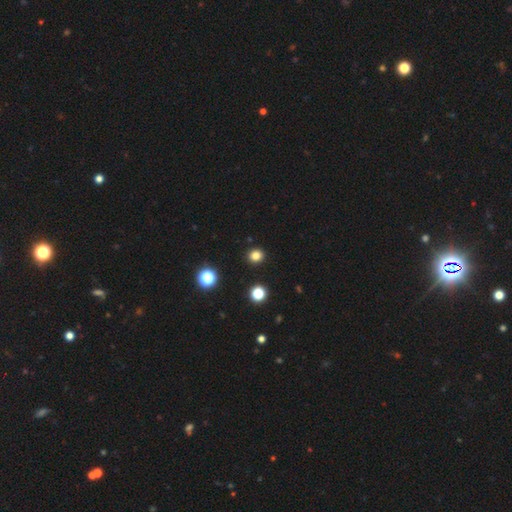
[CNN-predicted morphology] A smooth galaxy with no disk features (81%) that is round (81%). Merging: none (92%).